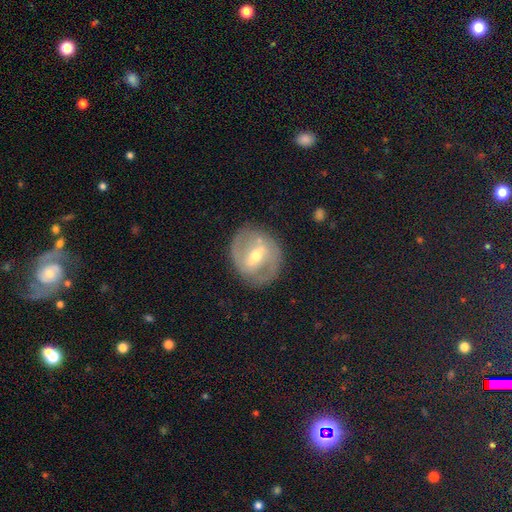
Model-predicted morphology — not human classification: Smooth or featured? Predicted: featured or disk (p=0.76). Edge-on disk? Predicted: no (p=0.95). Bar? Predicted: strong (p=0.46). Spiral arms? Predicted: yes (p=0.69). Bulge size? Predicted: moderate (p=0.64). Merging? Predicted: none (p=0.80).